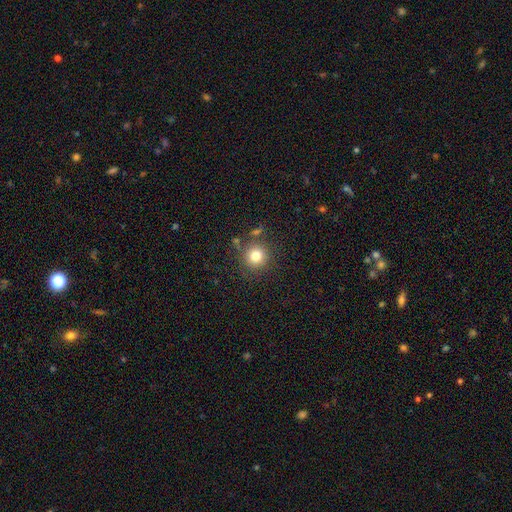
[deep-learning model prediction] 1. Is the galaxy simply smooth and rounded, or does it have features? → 79% smooth, 13% star or artifact, 8% featured or disk.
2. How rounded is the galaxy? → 94% round, 5% in between, 1% cigar-shaped.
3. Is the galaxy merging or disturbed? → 81% none, 9% minor disturbance, 6% merger, 4% major disturbance.